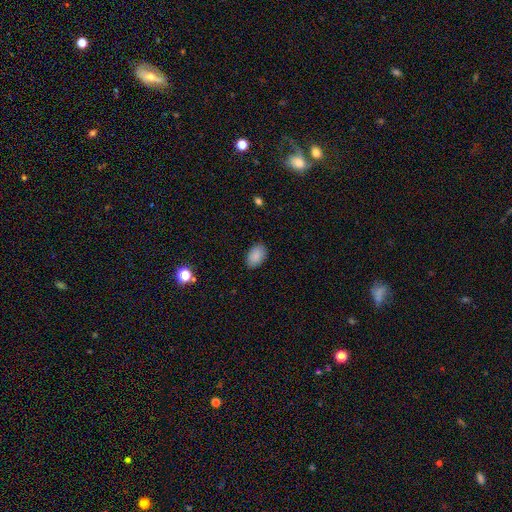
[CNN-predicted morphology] Smooth or featured: smooth — 88% (star or artifact — 8%)
How rounded: in between — 90% (round — 8%)
Merging: none — 88% (minor disturbance — 9%)